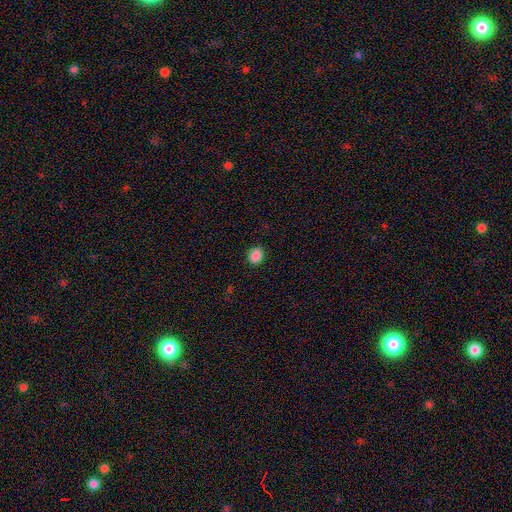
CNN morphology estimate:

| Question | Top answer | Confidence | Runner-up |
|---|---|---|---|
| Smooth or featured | smooth | 88% | star or artifact (9%) |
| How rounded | round | 52% | in between (47%) |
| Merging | none | 88% | minor disturbance (8%) |